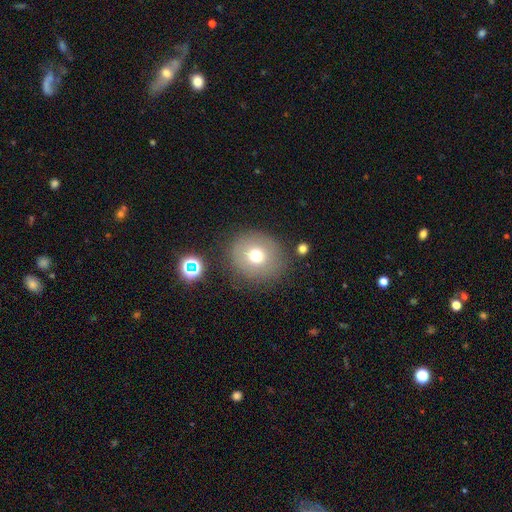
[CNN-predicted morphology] Smooth or featured? smooth (70%)
How rounded? round (85%)
Merging? none (81%)